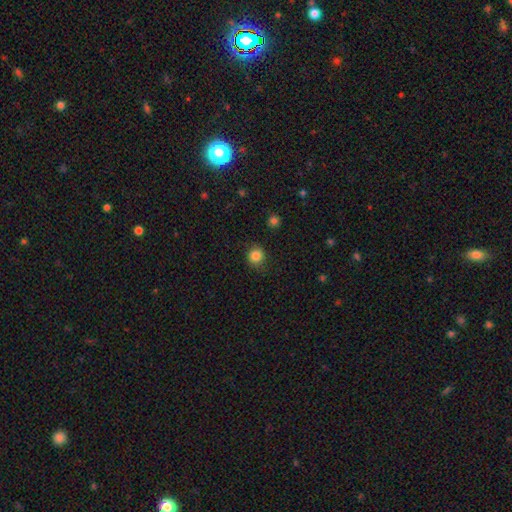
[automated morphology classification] Smooth or featured: smooth — 84% (star or artifact — 12%)
How rounded: round — 89% (in between — 10%)
Merging: none — 84% (minor disturbance — 12%)